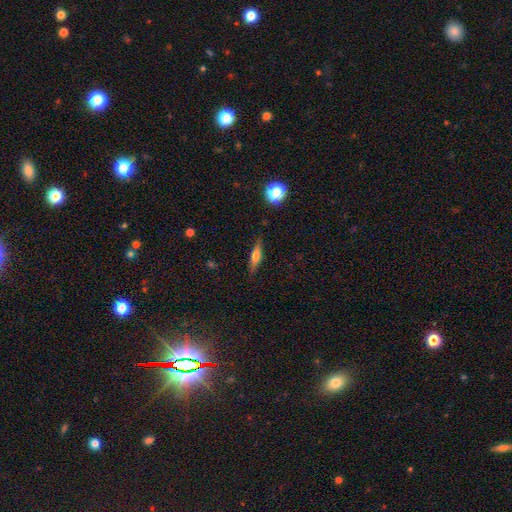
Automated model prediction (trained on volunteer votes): Smooth or featured?
  - smooth: 58% *
  - featured or disk: 33%
  - star or artifact: 9%
How rounded?
  - cigar-shaped: 67% *
  - in between: 30%
  - round: 4%
Merging?
  - none: 82% *
  - minor disturbance: 13%
  - major disturbance: 3%
  - merger: 1%